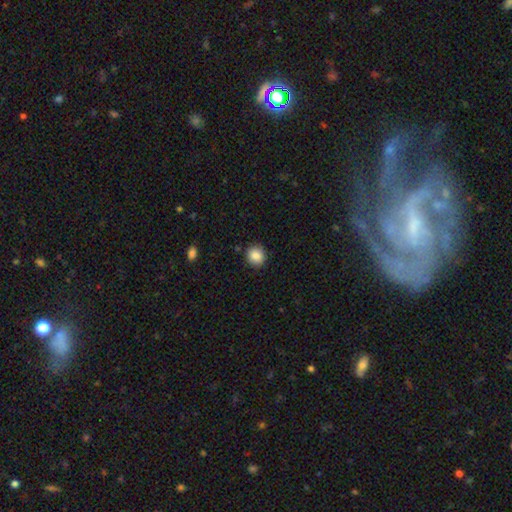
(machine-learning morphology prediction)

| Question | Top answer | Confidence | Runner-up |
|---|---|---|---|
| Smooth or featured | smooth | 87% | star or artifact (9%) |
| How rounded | round | 86% | in between (13%) |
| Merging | none | 88% | minor disturbance (8%) |